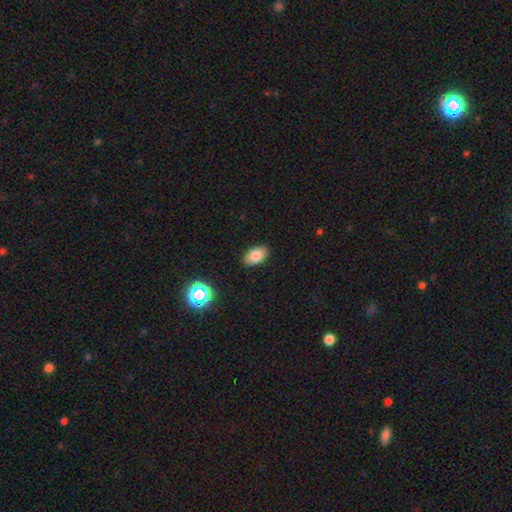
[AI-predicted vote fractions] Smooth or featured? Predicted: smooth (p=0.79). How rounded? Predicted: in between (p=0.92). Merging? Predicted: none (p=0.88).